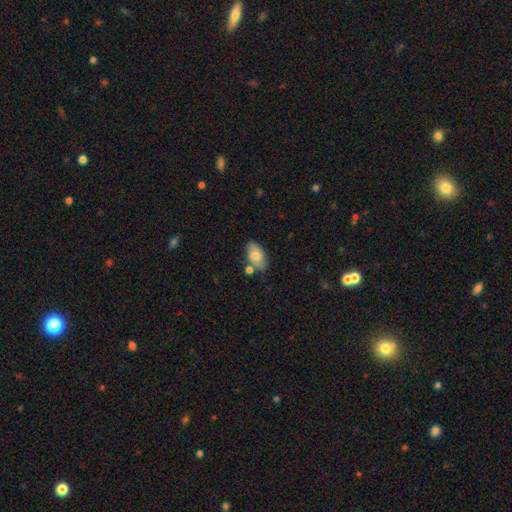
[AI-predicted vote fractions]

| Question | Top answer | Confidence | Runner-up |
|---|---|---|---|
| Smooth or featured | smooth | 70% | featured or disk (22%) |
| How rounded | in between | 92% | round (6%) |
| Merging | none | 64% | minor disturbance (19%) |